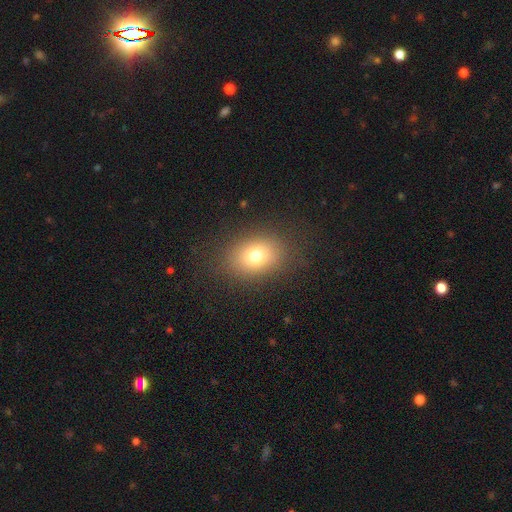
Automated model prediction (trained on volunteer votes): Smooth or featured? smooth (76%)
How rounded? in between (67%)
Merging? none (84%)